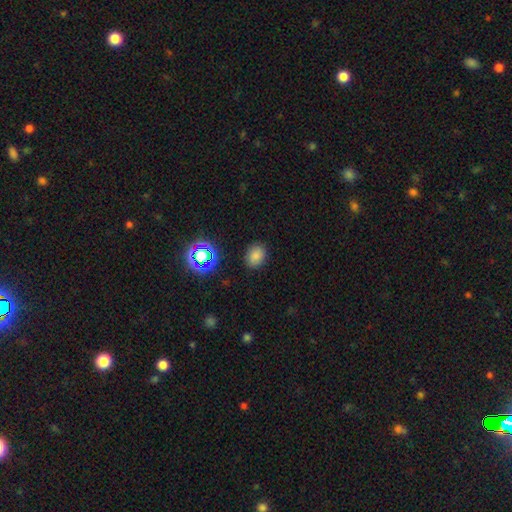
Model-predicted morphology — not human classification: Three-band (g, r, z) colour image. It shows a smooth galaxy with no disk features (77%) that is in between round and cigar-shaped (54%). Merging: none (85%).